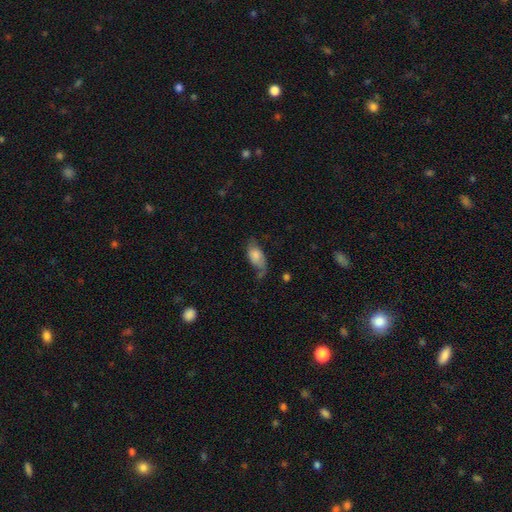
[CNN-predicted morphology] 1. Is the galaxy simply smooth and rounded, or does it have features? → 59% smooth, 33% featured or disk, 8% star or artifact.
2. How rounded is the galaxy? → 90% in between, 5% round, 5% cigar-shaped.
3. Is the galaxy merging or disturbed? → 39% none, 31% minor disturbance, 27% major disturbance, 3% merger.